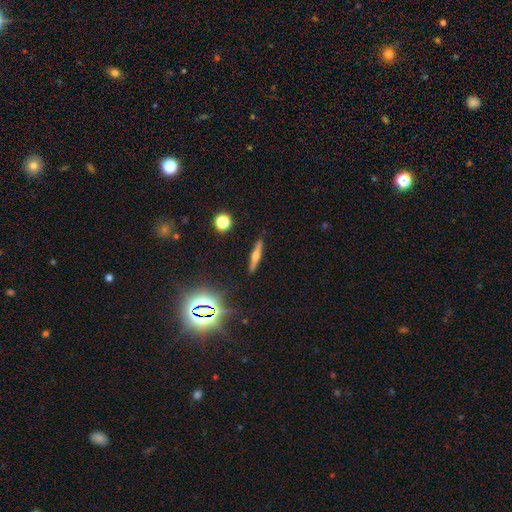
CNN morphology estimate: type=featured or disk (49%); merging=none (89%).